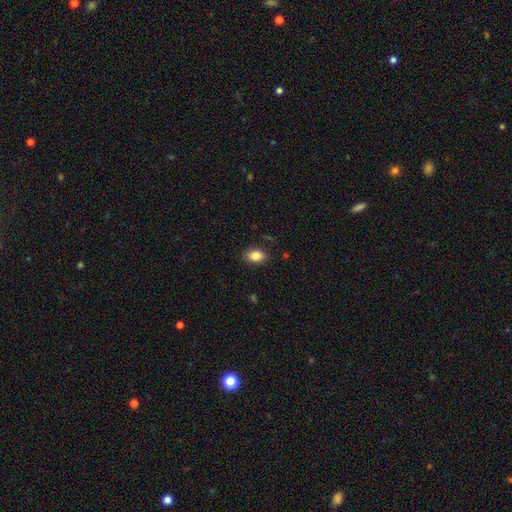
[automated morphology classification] Smooth or featured: smooth — 84% (star or artifact — 9%)
How rounded: in between — 83% (round — 16%)
Merging: none — 87% (minor disturbance — 10%)